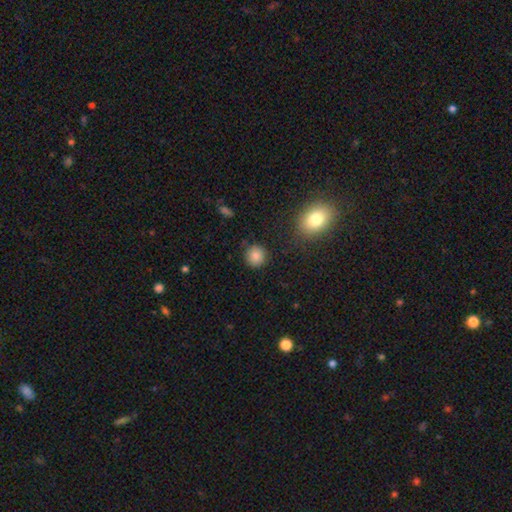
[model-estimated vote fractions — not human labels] This appears to be a smooth galaxy with no disk features (85%) that is round (91%). Merging: none (88%).